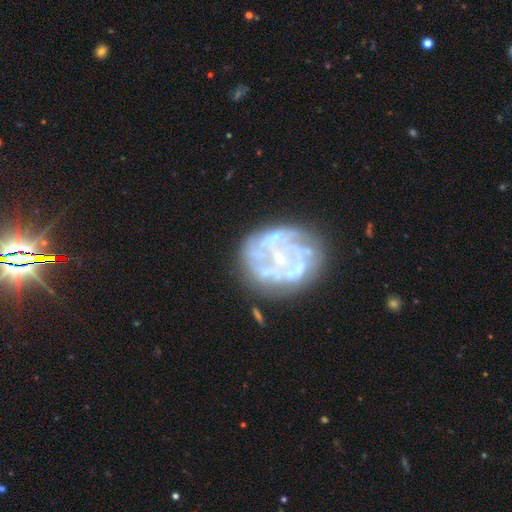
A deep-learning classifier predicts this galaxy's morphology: featured or disk 78%, smooth 11%, star or artifact 10%. Down the decision tree: edge-on disk — no (98%); bar — no (73%); spiral arms — no (52%); bulge size — small (59%); merging — none (62%).